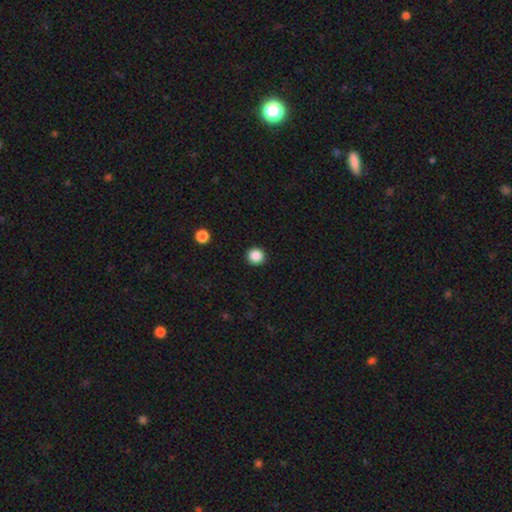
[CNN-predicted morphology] smooth 86%, star or artifact 11%, featured or disk 3%. Down the decision tree: how rounded — round (94%); merging — none (93%).